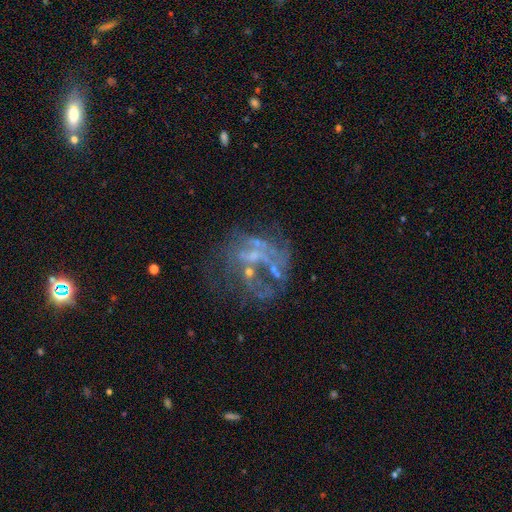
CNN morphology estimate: Q: Smooth or featured?
A: featured or disk (67%); runner-up: star or artifact (20%)
Q: Edge-on disk?
A: no (98%); runner-up: yes (2%)
Q: Bar?
A: no (82%); runner-up: weak (14%)
Q: Spiral arms?
A: no (80%); runner-up: yes (20%)
Q: Bulge size?
A: none (60%); runner-up: small (27%)
Q: Merging?
A: none (38%); runner-up: major disturbance (35%)